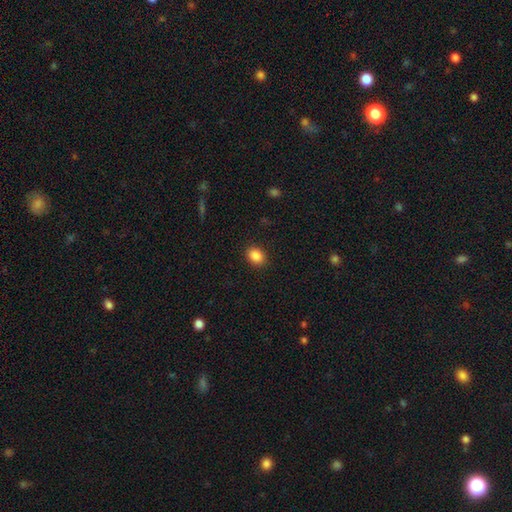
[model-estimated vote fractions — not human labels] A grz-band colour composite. It shows a smooth galaxy with no disk features (87%) that is in between round and cigar-shaped (56%). Merging: none (89%).